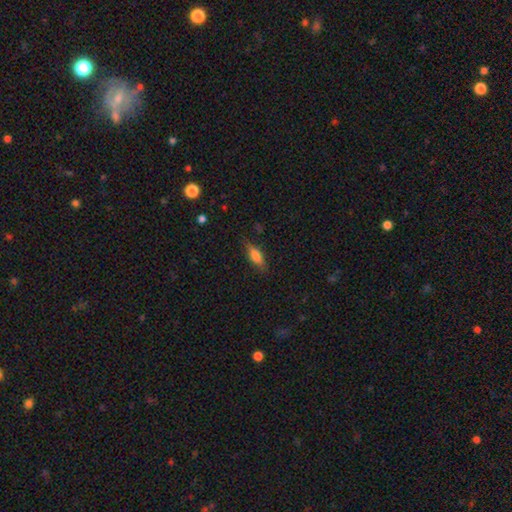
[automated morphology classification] Overall: smooth (61%; featured or disk 30%). How rounded: in between (51%; cigar-shaped 45%). Merging: none (81%).